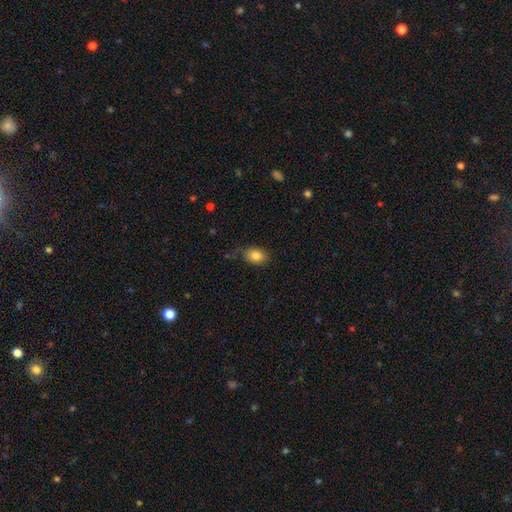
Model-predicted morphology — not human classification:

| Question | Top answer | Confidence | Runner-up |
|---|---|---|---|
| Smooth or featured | smooth | 84% | star or artifact (9%) |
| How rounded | in between | 77% | round (22%) |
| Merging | none | 73% | minor disturbance (20%) |